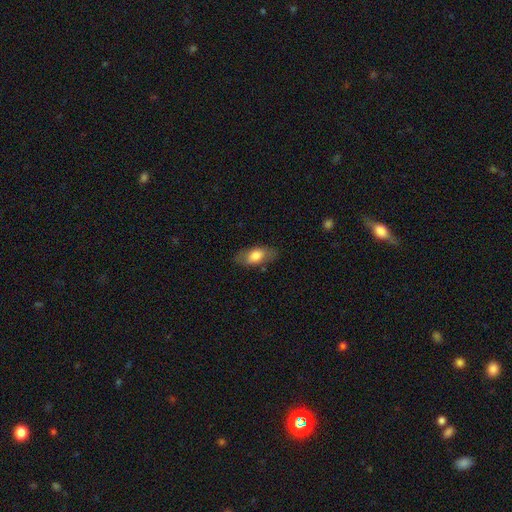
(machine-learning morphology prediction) Q: Smooth or featured?
A: smooth (70%); runner-up: featured or disk (23%)
Q: How rounded?
A: in between (86%); runner-up: cigar-shaped (9%)
Q: Merging?
A: none (78%); runner-up: minor disturbance (15%)